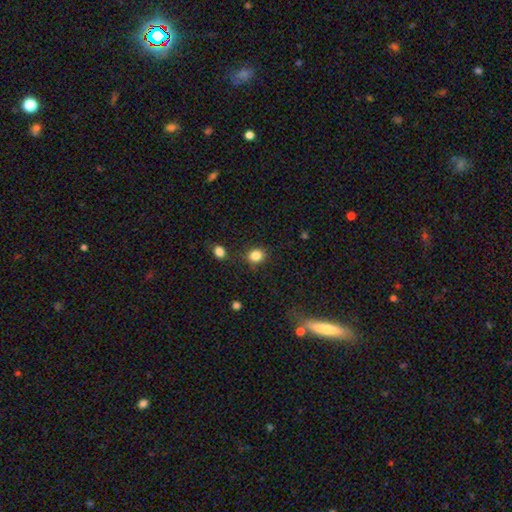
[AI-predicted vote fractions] smooth_or_featured: smooth (p=0.84) [alt: star or artifact p=0.11]
how_rounded: round (p=0.70) [alt: in between p=0.30]
merging: none (p=0.81) [alt: minor disturbance p=0.12]